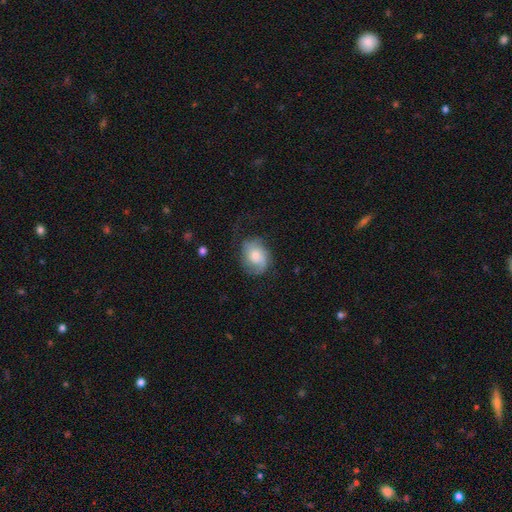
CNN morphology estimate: Smooth or featured: smooth — 48% (featured or disk — 45%)
Merging: none — 53% (minor disturbance — 27%)